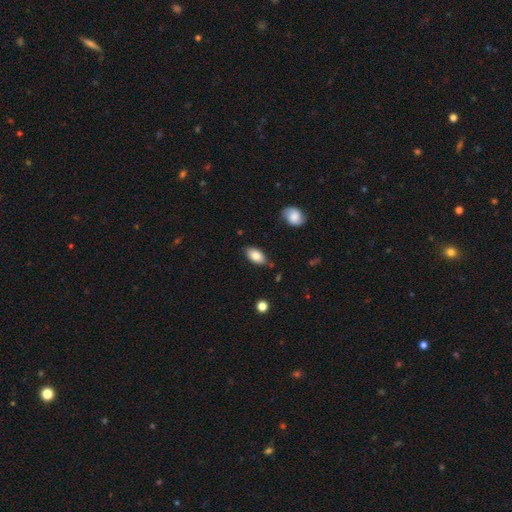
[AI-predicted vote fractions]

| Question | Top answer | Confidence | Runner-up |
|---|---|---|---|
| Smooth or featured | smooth | 82% | featured or disk (11%) |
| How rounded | in between | 93% | round (4%) |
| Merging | none | 79% | minor disturbance (16%) |